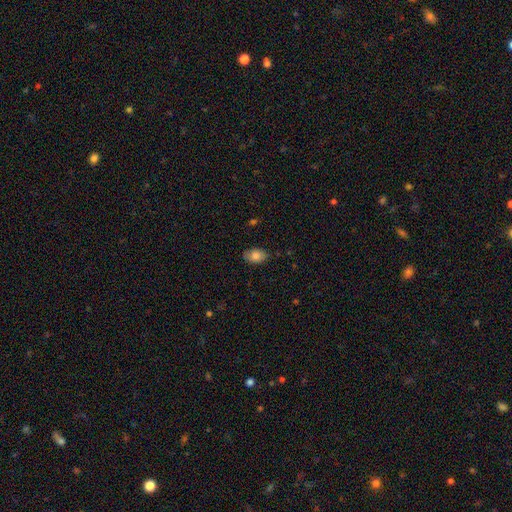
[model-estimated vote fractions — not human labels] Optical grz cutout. It shows a smooth galaxy with no disk features (82%) that is in between round and cigar-shaped (88%). Merging: none (83%).